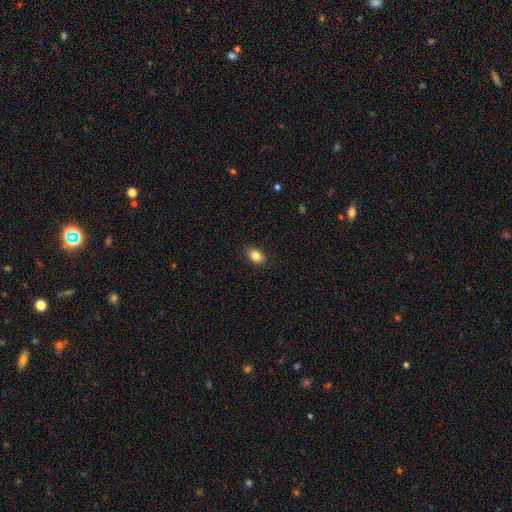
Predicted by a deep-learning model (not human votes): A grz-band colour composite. It shows a smooth galaxy with no disk features (84%) that is in between round and cigar-shaped (76%). Merging: none (87%).